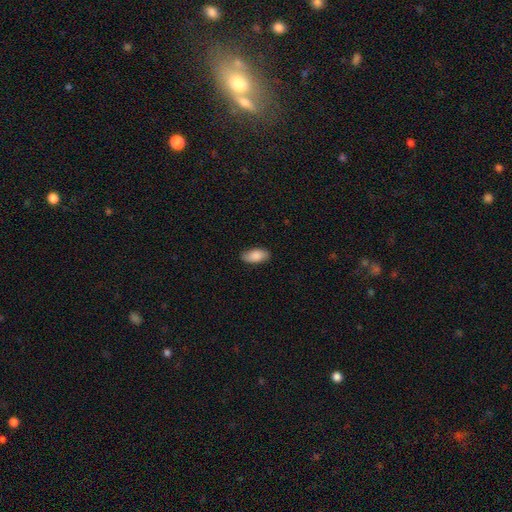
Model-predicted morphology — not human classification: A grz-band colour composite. It shows a smooth galaxy with no disk features (86%) that is in between round and cigar-shaped (92%). Merging: none (85%).